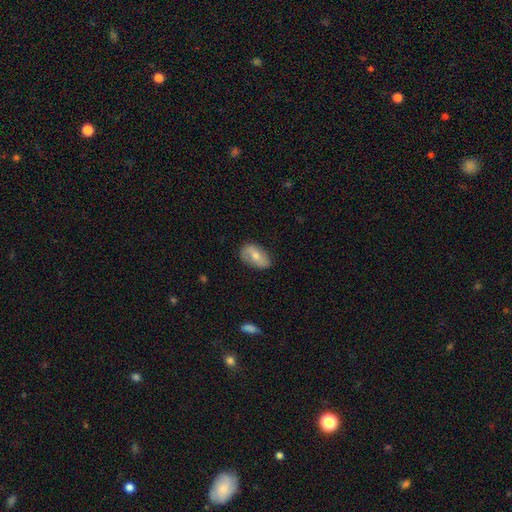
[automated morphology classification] type=smooth (55%); roundness=in between (90%); merging=none (72%).